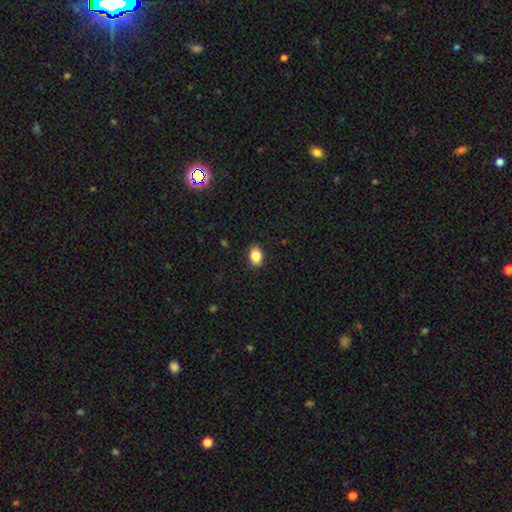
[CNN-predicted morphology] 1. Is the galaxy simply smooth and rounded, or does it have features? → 85% smooth, 8% star or artifact, 6% featured or disk.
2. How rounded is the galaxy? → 81% in between, 18% round, 1% cigar-shaped.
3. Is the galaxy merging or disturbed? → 89% none, 8% minor disturbance, 2% major disturbance, 1% merger.